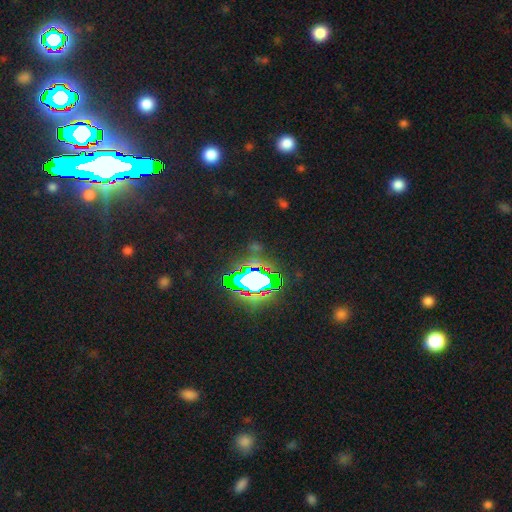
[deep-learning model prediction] Smooth or featured: star or artifact — 78% (smooth — 12%)